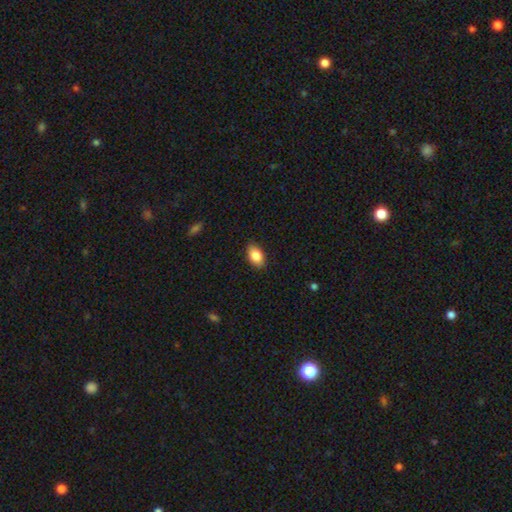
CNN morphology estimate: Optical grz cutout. It shows a smooth galaxy with no disk features (83%) that is in between round and cigar-shaped (89%). Merging: none (86%).